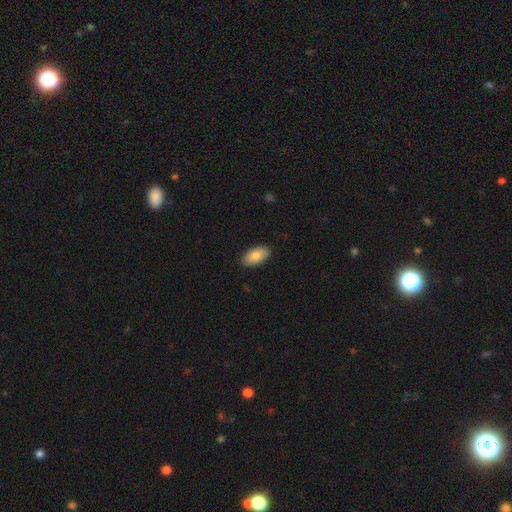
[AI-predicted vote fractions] smooth-or-featured: smooth: 84% | featured or disk: 9% | star or artifact: 6%
  how-rounded: in between: 95% | round: 3% | cigar-shaped: 3%
  merging: none: 88% | minor disturbance: 9% | major disturbance: 2% | merger: 1%